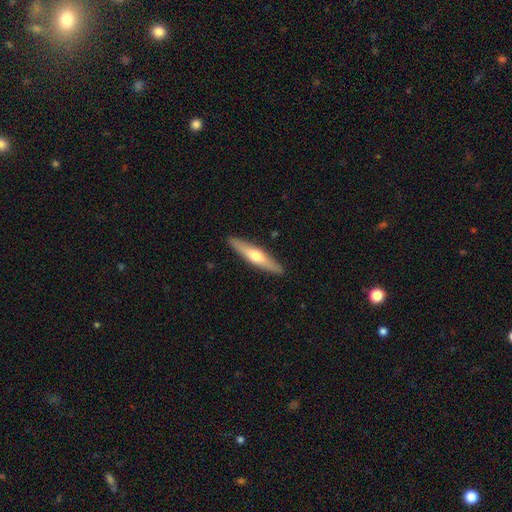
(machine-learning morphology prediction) smooth_or_featured: featured or disk (p=0.50) [alt: smooth p=0.45]
disk_edge_on: yes (p=0.91) [alt: no p=0.09]
merging: none (p=0.91) [alt: minor disturbance p=0.07]